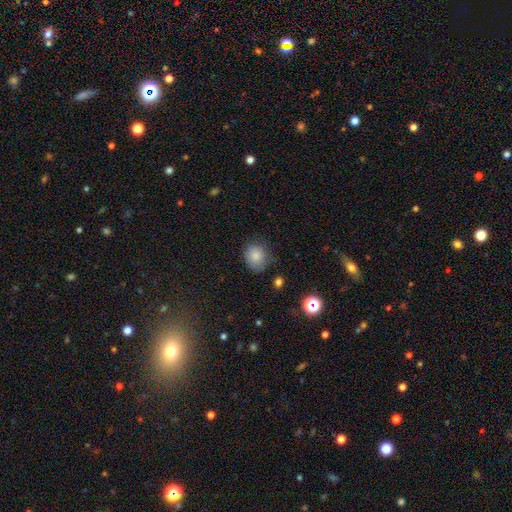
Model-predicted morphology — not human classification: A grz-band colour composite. It shows a smooth galaxy with no disk features (84%) that is round (72%). Merging: none (72%).